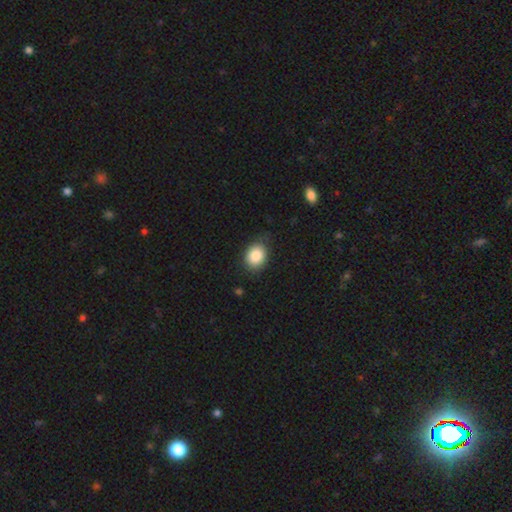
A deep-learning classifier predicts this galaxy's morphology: smooth-or-featured: smooth: 86% | star or artifact: 8% | featured or disk: 5%
  how-rounded: in between: 51% | round: 48% | cigar-shaped: 1%
  merging: none: 77% | minor disturbance: 18% | major disturbance: 4% | merger: 1%